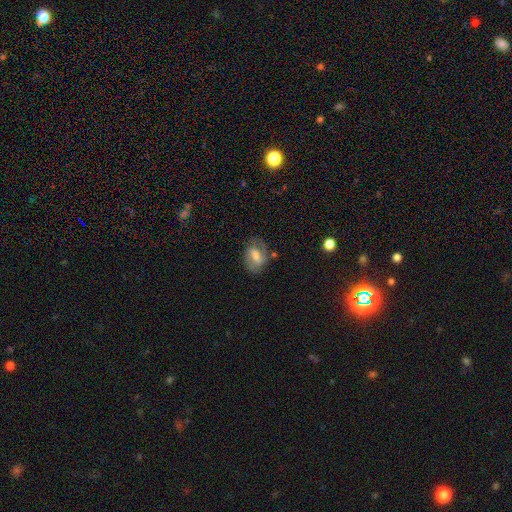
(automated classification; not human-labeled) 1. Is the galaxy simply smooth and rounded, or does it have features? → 55% featured or disk, 36% smooth, 9% star or artifact.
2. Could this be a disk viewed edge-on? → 95% no, 5% yes.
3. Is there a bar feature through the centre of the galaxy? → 45% weak, 33% strong, 22% no.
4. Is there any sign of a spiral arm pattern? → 78% yes, 22% no.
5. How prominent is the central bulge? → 44% moderate, 26% small, 18% large, 10% none, 2% dominant.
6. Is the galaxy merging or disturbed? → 65% none, 21% minor disturbance, 10% major disturbance, 4% merger.